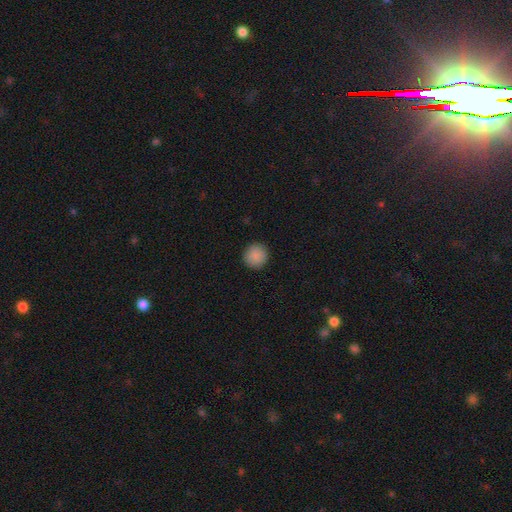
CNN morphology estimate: A smooth galaxy with no disk features (89%) that is round (94%). Merging: none (93%).